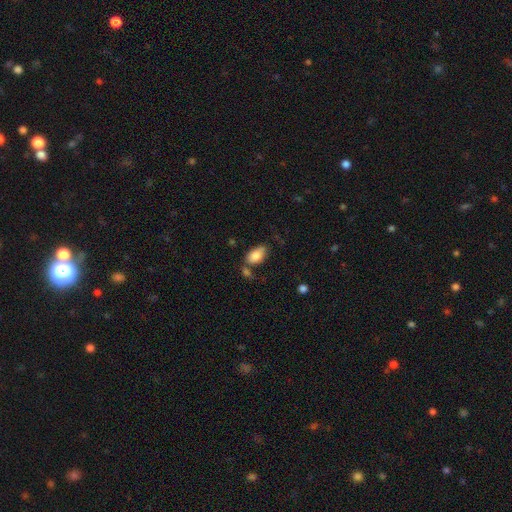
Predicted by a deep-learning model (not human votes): Q: Smooth or featured?
A: smooth (85%); runner-up: featured or disk (8%)
Q: How rounded?
A: in between (93%); runner-up: round (5%)
Q: Merging?
A: none (60%); runner-up: minor disturbance (19%)